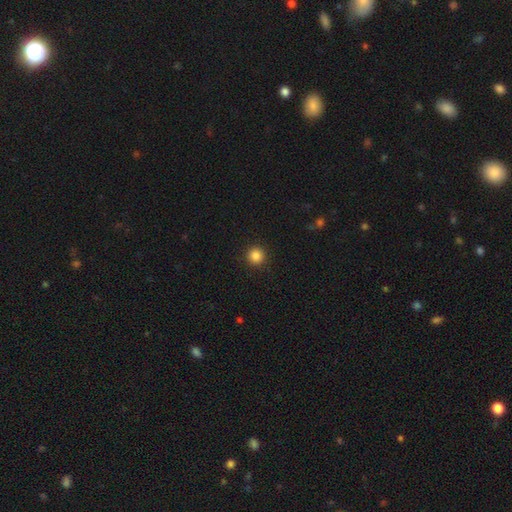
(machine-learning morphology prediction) smooth-or-featured: smooth: 85% | star or artifact: 11% | featured or disk: 4%
  how-rounded: round: 95% | in between: 4% | cigar-shaped: 1%
  merging: none: 93% | minor disturbance: 5% | major disturbance: 2% | merger: 1%